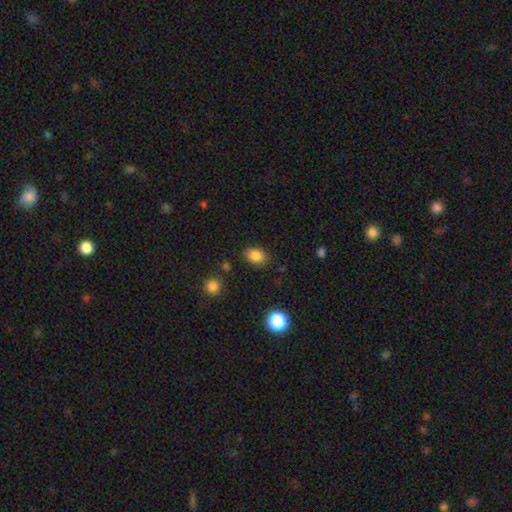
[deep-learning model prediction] Q: Smooth or featured?
A: smooth (84%); runner-up: star or artifact (10%)
Q: How rounded?
A: in between (75%); runner-up: round (24%)
Q: Merging?
A: none (84%); runner-up: minor disturbance (11%)